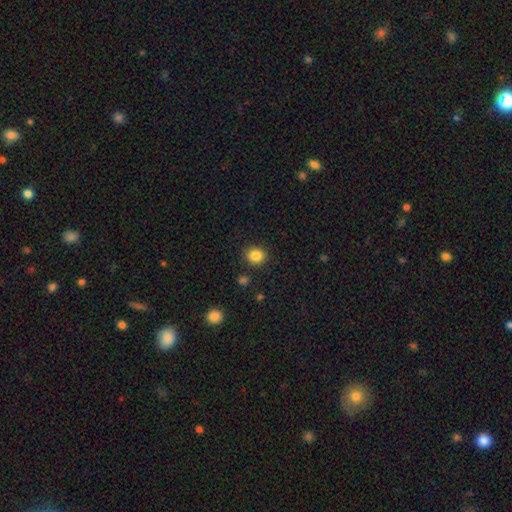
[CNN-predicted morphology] smooth-or-featured: smooth: 85% | star or artifact: 11% | featured or disk: 4%
  how-rounded: round: 77% | in between: 22% | cigar-shaped: 1%
  merging: none: 87% | minor disturbance: 8% | major disturbance: 3% | merger: 2%